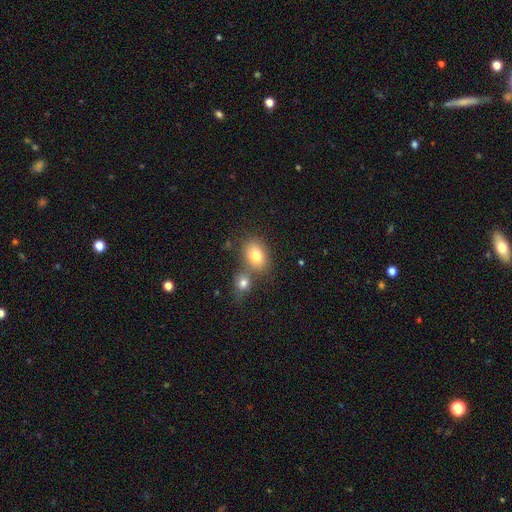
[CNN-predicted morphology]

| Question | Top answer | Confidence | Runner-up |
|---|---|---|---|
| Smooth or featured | smooth | 78% | featured or disk (11%) |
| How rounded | in between | 66% | round (33%) |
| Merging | none | 53% | merger (33%) |